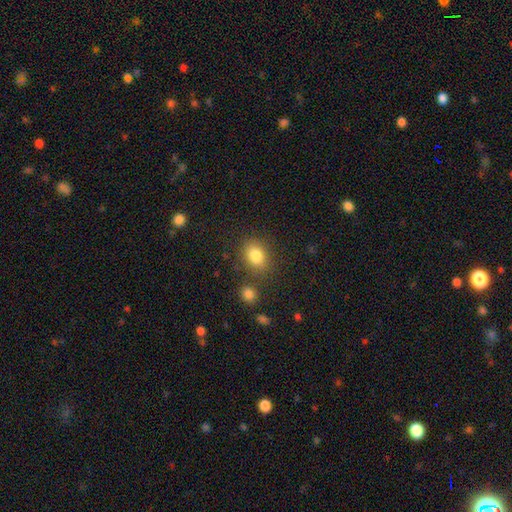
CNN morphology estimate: This is clearly a smooth galaxy (83%). How rounded: possibly in between (52%). Merging: likely none (79%).